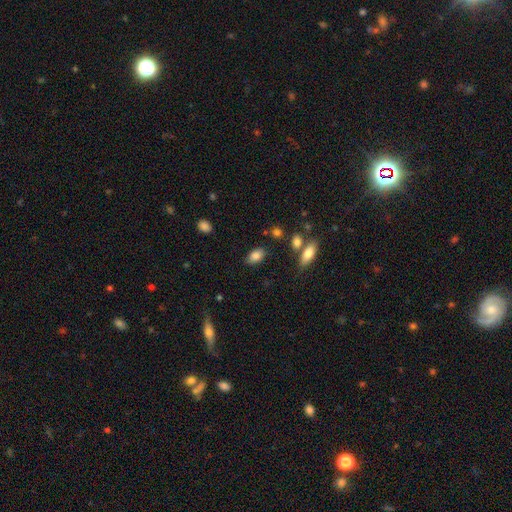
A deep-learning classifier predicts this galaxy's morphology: Overall: smooth (85%). How rounded: in between (90%). Merging: none (82%).